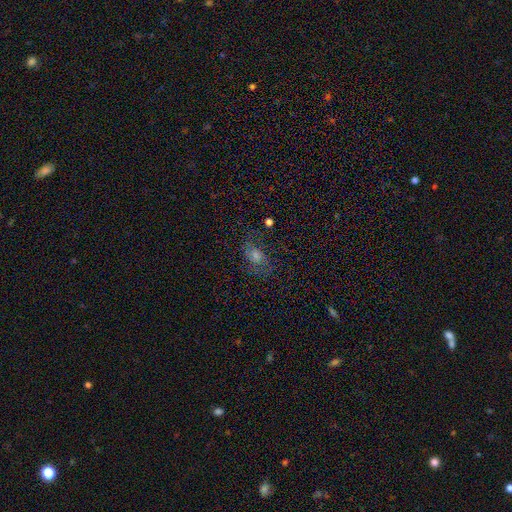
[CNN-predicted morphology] Overall: featured or disk (40%; smooth 35%). Merging: none (63%).